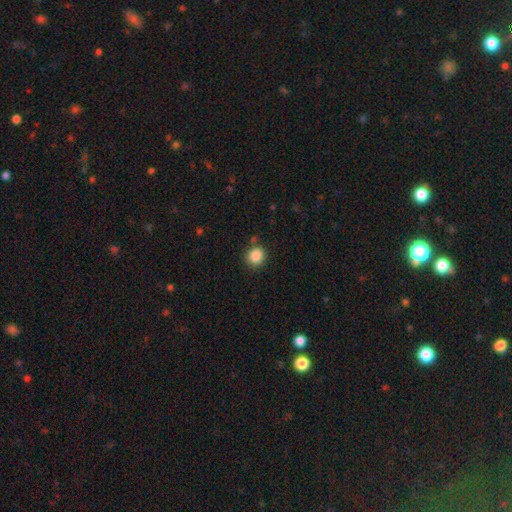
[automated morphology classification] Smooth or featured? Predicted: smooth (p=0.87). How rounded? Predicted: round (p=0.89). Merging? Predicted: none (p=0.85).